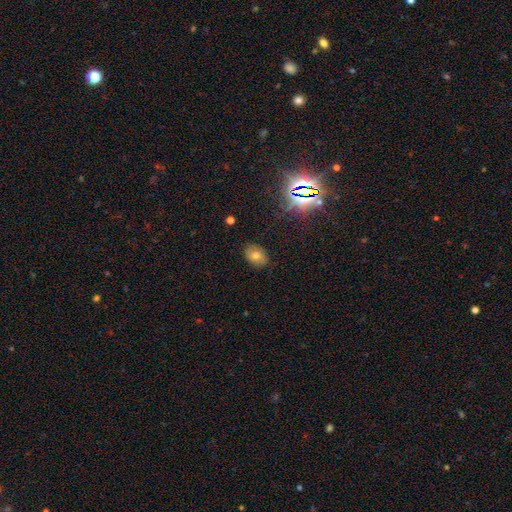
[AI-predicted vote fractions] This appears to be a smooth galaxy with no disk features (69%) that is in between round and cigar-shaped (82%). Merging: none (84%).